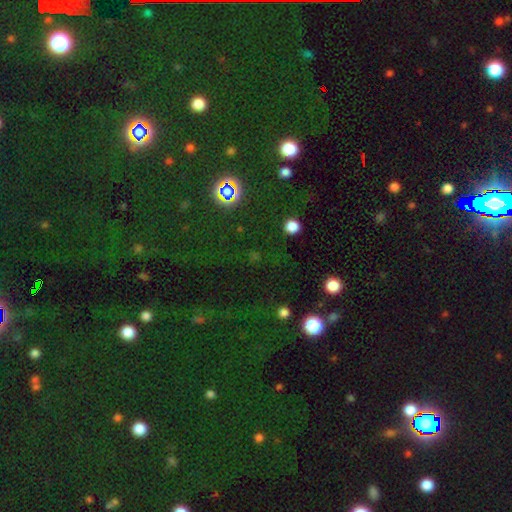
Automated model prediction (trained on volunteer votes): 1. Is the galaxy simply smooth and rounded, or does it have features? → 69% star or artifact, 22% smooth, 8% featured or disk.